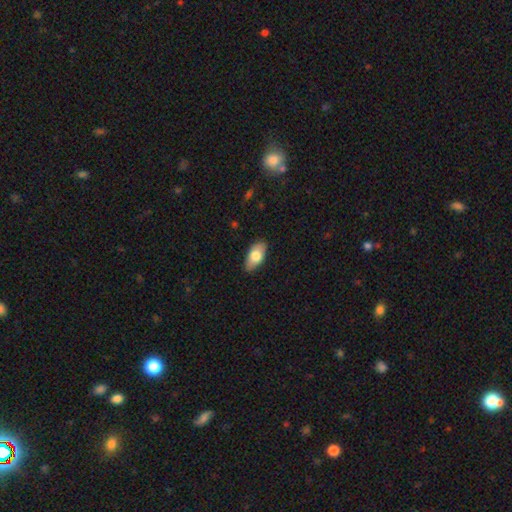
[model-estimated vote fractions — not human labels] This is likely a smooth galaxy (74%). How rounded: clearly in between (91%). Merging: clearly none (84%).